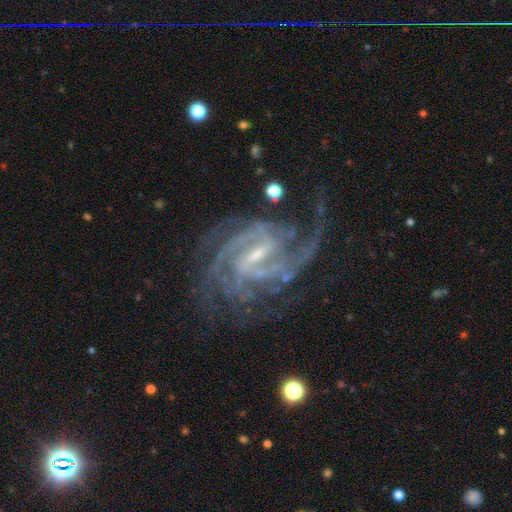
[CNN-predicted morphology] type=featured or disk (93%); edge-on=no (97%); bar=strong (49%); spiral arms=yes (98%); winding=medium (47%); arm count=2 (39%); bulge=small (61%); merging=none (66%).